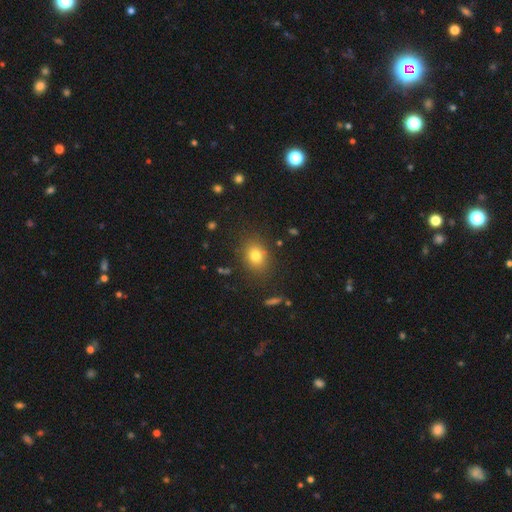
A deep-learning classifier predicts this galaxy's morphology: smooth 78%, star or artifact 13%, featured or disk 9%. Down the decision tree: how rounded — round (50%); merging — none (84%).